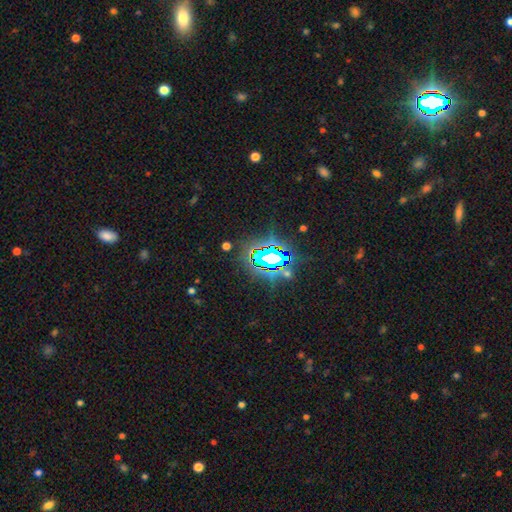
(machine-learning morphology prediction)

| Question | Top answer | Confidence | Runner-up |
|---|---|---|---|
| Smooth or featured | star or artifact | 77% | smooth (13%) |